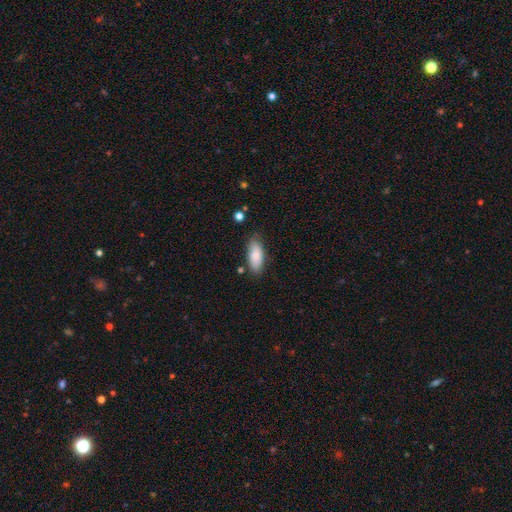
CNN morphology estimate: smooth_or_featured: smooth (p=0.82) [alt: featured or disk p=0.11]
how_rounded: in between (p=0.81) [alt: cigar-shaped p=0.17]
merging: none (p=0.79) [alt: minor disturbance p=0.15]